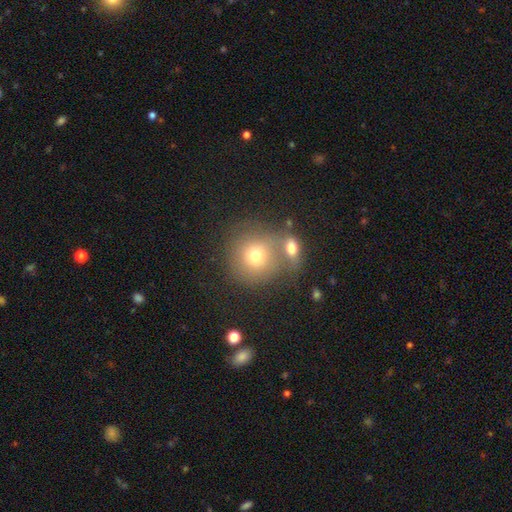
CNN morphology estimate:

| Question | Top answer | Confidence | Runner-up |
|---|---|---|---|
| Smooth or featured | smooth | 72% | featured or disk (16%) |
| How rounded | round | 88% | in between (11%) |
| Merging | none | 50% | merger (33%) |